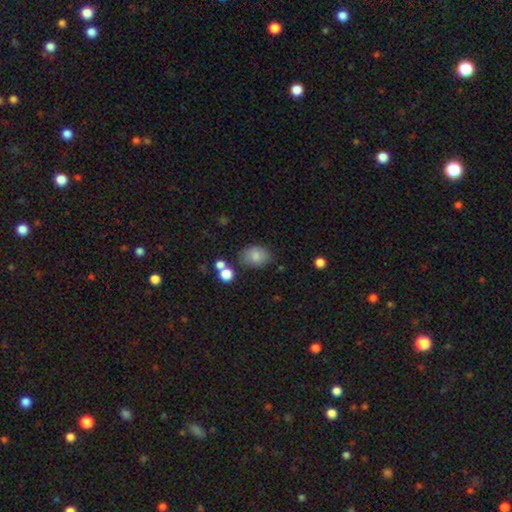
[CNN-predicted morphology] A smooth galaxy with no disk features (81%) that is in between round and cigar-shaped (72%). Merging: none (73%).